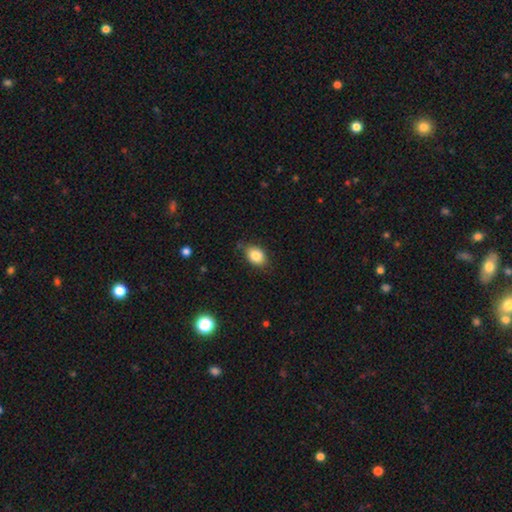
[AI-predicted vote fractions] smooth-or-featured: smooth: 84% | star or artifact: 9% | featured or disk: 7%
  how-rounded: in between: 72% | round: 27% | cigar-shaped: 1%
  merging: none: 76% | minor disturbance: 18% | major disturbance: 4% | merger: 2%